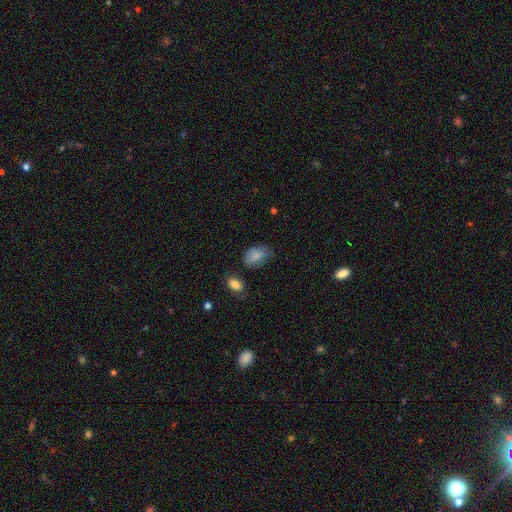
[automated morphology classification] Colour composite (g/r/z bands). It shows a smooth galaxy with no disk features (81%) that is in between round and cigar-shaped (90%). Merging: none (60%).